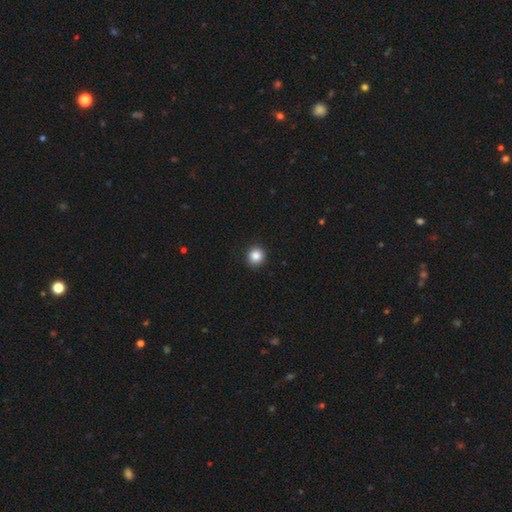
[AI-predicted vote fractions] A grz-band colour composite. It shows a smooth galaxy with no disk features (86%) that is round (92%). Merging: none (92%).